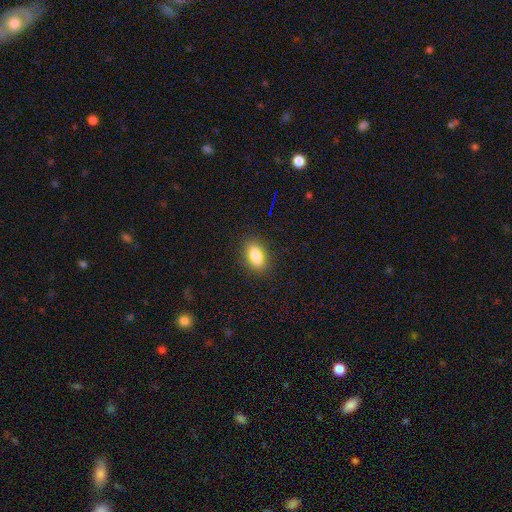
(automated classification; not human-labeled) A smooth galaxy with no disk features (85%) that is in between round and cigar-shaped (87%). Merging: none (88%).